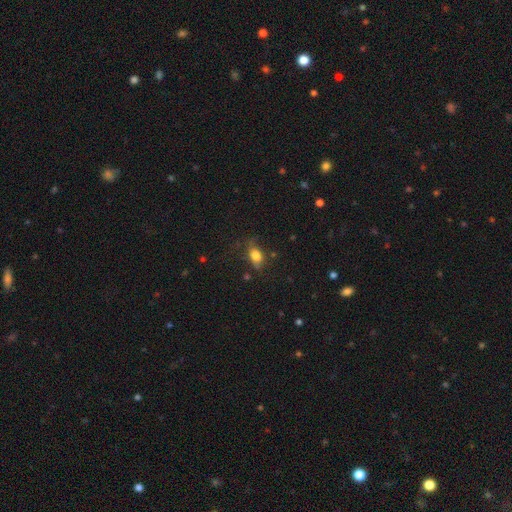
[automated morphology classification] smooth-or-featured: smooth: 77% | featured or disk: 13% | star or artifact: 10%
  how-rounded: in between: 75% | round: 20% | cigar-shaped: 5%
  merging: none: 61% | minor disturbance: 26% | major disturbance: 10% | merger: 3%